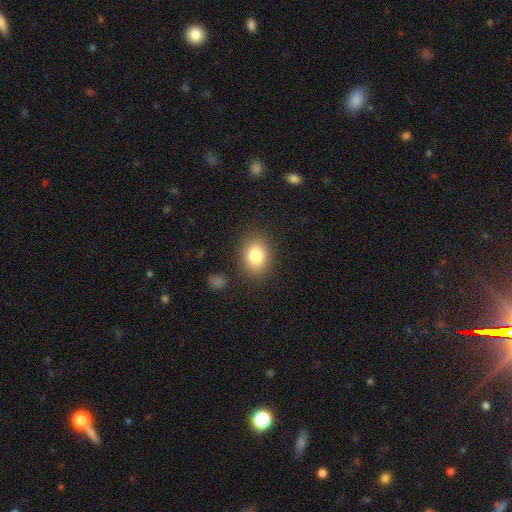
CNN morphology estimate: This is clearly a smooth galaxy (82%). How rounded: possibly in between (54%). Merging: clearly none (84%).